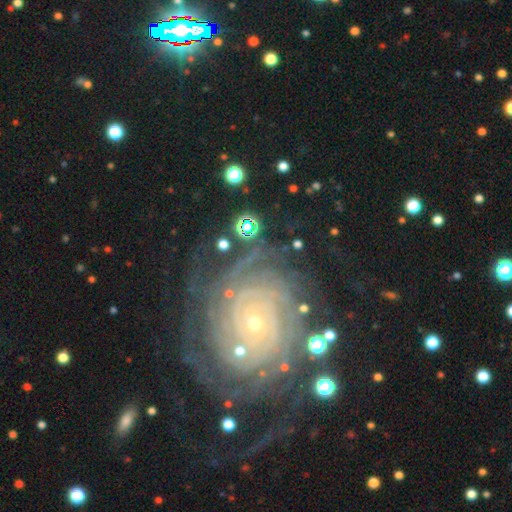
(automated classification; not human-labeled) The model was most divided on "spiral arm count": can't tell: 31%, more than 4: 23%, 4: 16%, 3: 11%, 2: 10%, 1: 8%. More confident: edge-on disk — no (97%); spiral arms — yes (96%); bulge size — small (84%); spiral winding — tight (82%); smooth or featured — featured or disk (81%); bar — no (79%); merging — none (73%).